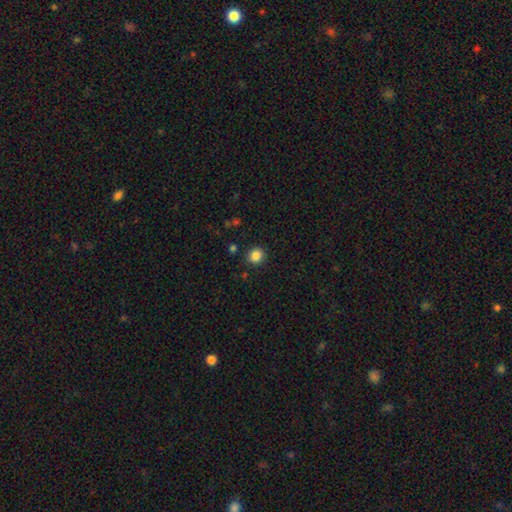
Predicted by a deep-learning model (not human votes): Smooth or featured? smooth (85%)
How rounded? round (88%)
Merging? none (90%)